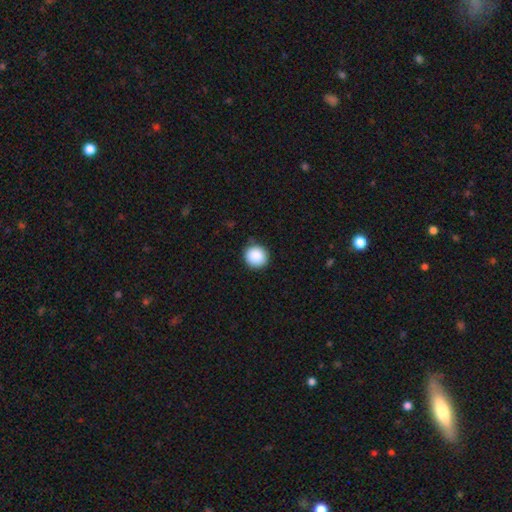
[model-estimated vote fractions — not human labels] Q: Smooth or featured?
A: smooth (89%); runner-up: star or artifact (8%)
Q: How rounded?
A: round (93%); runner-up: in between (6%)
Q: Merging?
A: none (88%); runner-up: minor disturbance (9%)